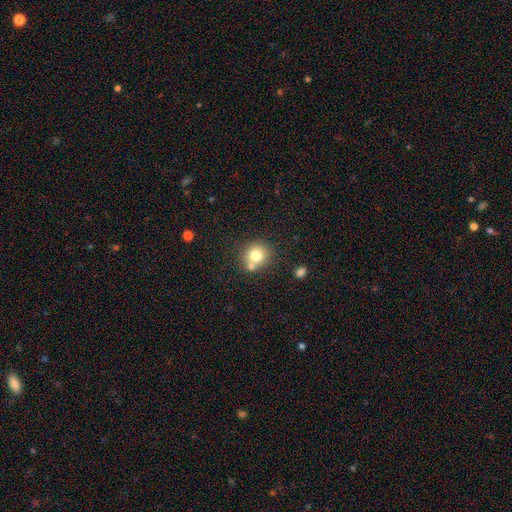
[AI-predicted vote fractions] This appears to be a smooth galaxy with no disk features (76%) that is round (87%). Merging: none (65%).